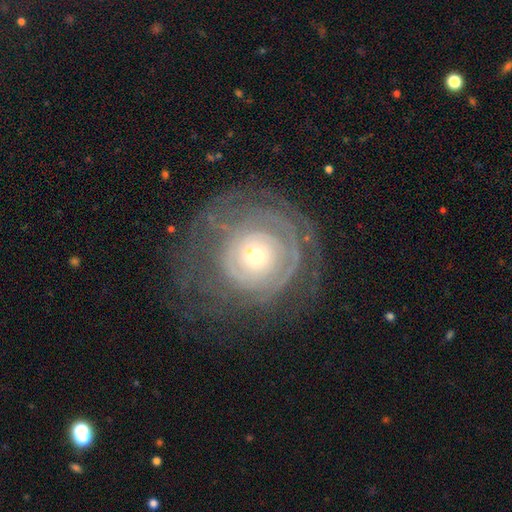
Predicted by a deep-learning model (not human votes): smooth-or-featured: featured or disk: 73% | smooth: 18% | star or artifact: 9%
  disk-edge-on: no: 96% | yes: 4%
    bar: no: 81% | weak: 14% | strong: 5%
    has-spiral-arms: yes: 68% | no: 32%
    bulge-size: small: 58% | moderate: 33% | large: 5% | dominant: 2% | none: 1%
  merging: none: 56% | major disturbance: 21% | minor disturbance: 18% | merger: 5%